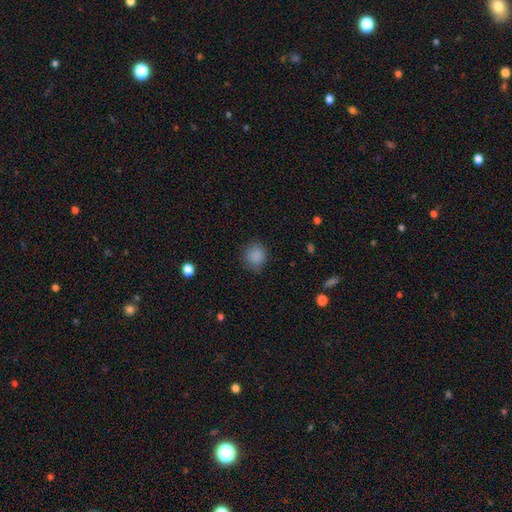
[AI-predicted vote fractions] A smooth galaxy with no disk features (86%) that is round (84%). Merging: none (81%).